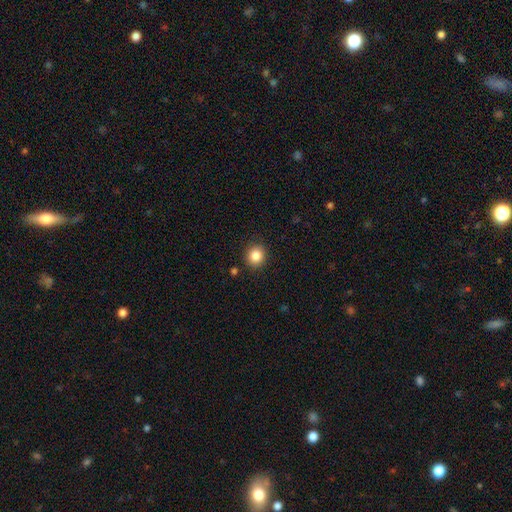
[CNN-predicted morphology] This is clearly a smooth galaxy (85%). How rounded: clearly round (84%). Merging: clearly none (89%).